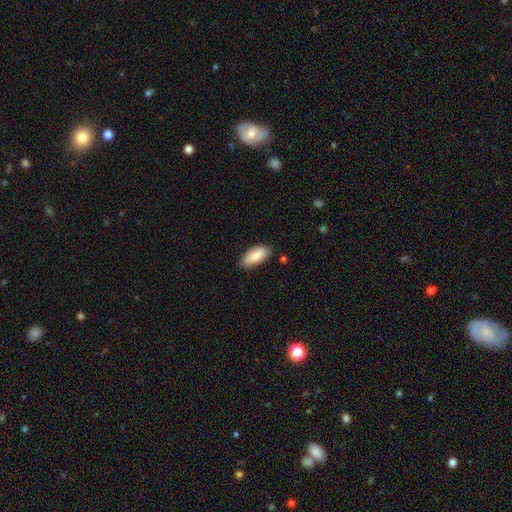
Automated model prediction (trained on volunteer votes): Q: Smooth or featured?
A: smooth (84%); runner-up: featured or disk (10%)
Q: How rounded?
A: in between (83%); runner-up: cigar-shaped (15%)
Q: Merging?
A: none (83%); runner-up: minor disturbance (13%)